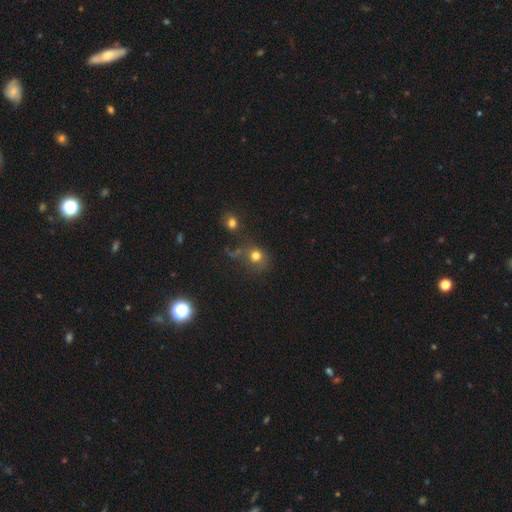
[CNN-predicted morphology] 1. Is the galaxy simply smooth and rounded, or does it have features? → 73% smooth, 17% star or artifact, 9% featured or disk.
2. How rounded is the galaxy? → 83% round, 16% in between, 1% cigar-shaped.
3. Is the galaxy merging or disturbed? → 57% none, 16% merger, 16% minor disturbance, 11% major disturbance.